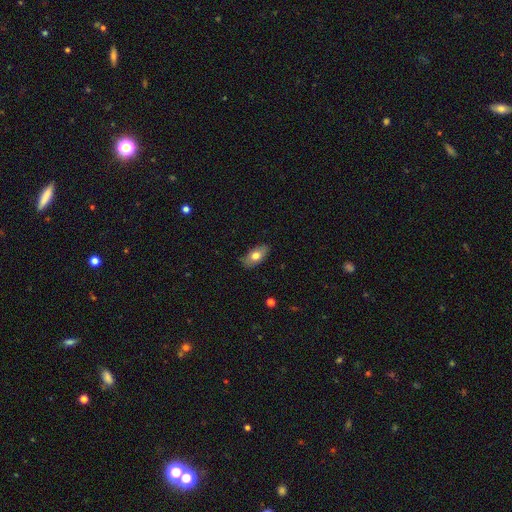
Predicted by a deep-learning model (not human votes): smooth-or-featured: smooth: 73% | featured or disk: 20% | star or artifact: 7%
  how-rounded: in between: 90% | cigar-shaped: 6% | round: 4%
  merging: none: 82% | minor disturbance: 14% | major disturbance: 2% | merger: 1%